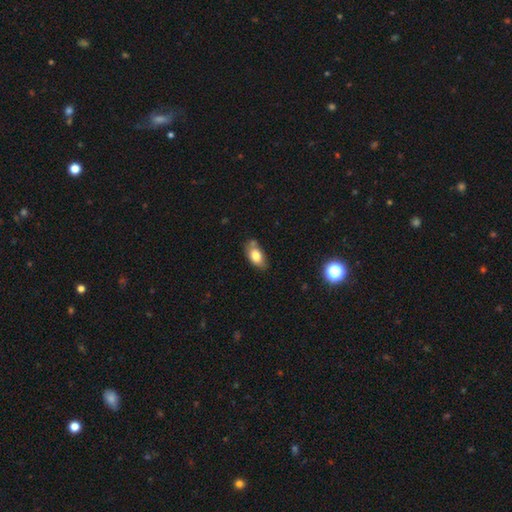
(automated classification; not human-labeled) Smooth or featured: smooth — 77% (featured or disk — 16%)
How rounded: in between — 91% (round — 5%)
Merging: none — 63% (minor disturbance — 25%)